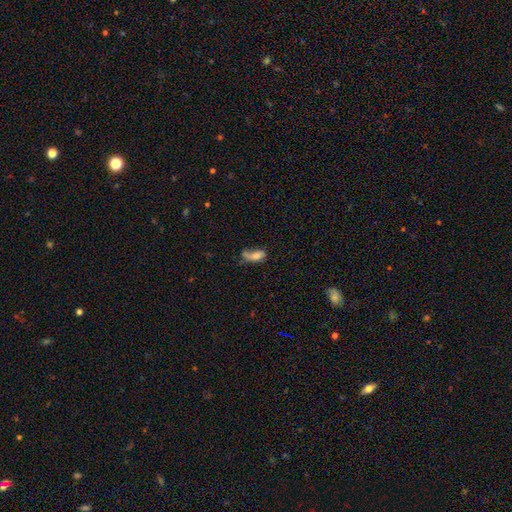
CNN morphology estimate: smooth_or_featured: smooth (p=0.60) [alt: featured or disk p=0.26]
how_rounded: in between (p=0.77) [alt: cigar-shaped p=0.17]
merging: none (p=0.31) [alt: major disturbance p=0.29]